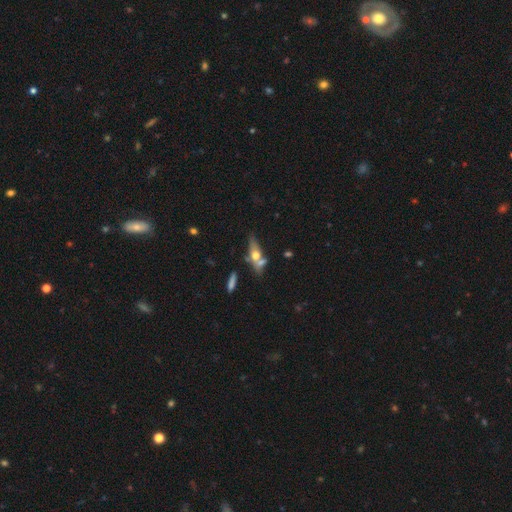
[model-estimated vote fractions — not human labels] smooth_or_featured: featured or disk (p=0.46) [alt: smooth p=0.45]
merging: none (p=0.41) [alt: merger p=0.35]